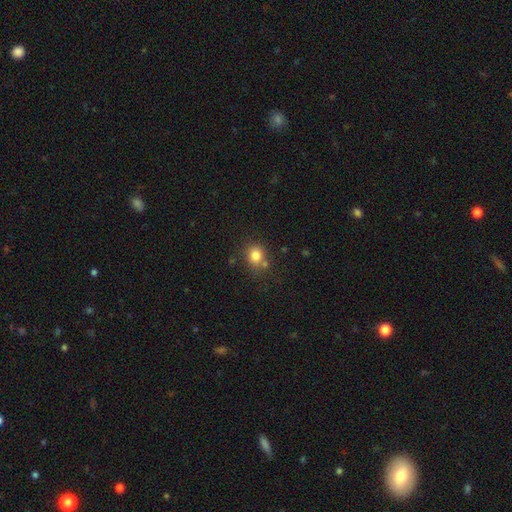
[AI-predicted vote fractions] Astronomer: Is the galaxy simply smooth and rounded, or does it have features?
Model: smooth — 81%.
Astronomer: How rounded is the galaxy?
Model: round — 76%.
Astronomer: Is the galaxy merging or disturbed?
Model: none — 69%.